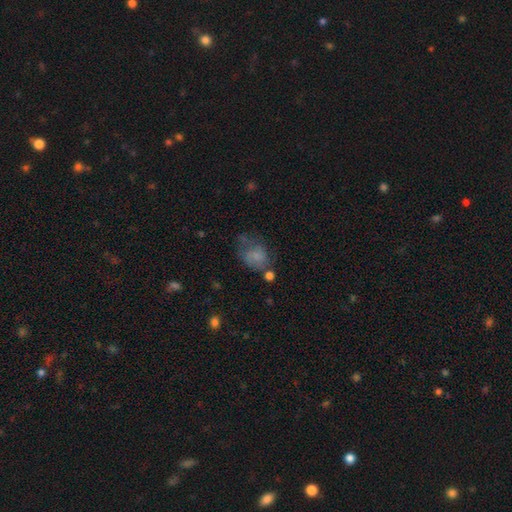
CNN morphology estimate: Smooth or featured?
  - smooth: 66% *
  - featured or disk: 21%
  - star or artifact: 13%
How rounded?
  - in between: 56% *
  - round: 43%
  - cigar-shaped: 1%
Merging?
  - none: 37% *
  - minor disturbance: 27%
  - major disturbance: 26%
  - merger: 10%